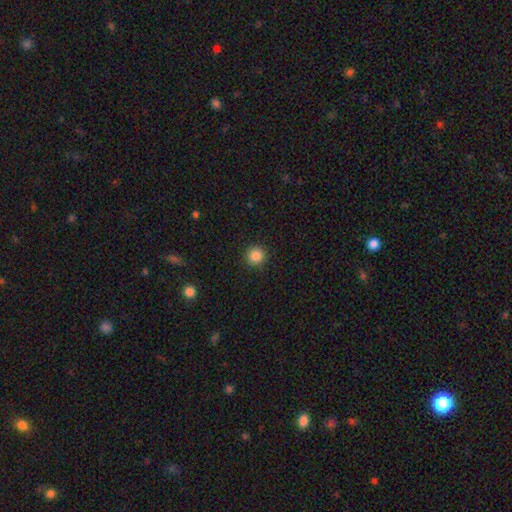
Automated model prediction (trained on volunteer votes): smooth_or_featured: smooth (p=0.87) [alt: star or artifact p=0.10]
how_rounded: round (p=0.95) [alt: in between p=0.04]
merging: none (p=0.92) [alt: minor disturbance p=0.05]